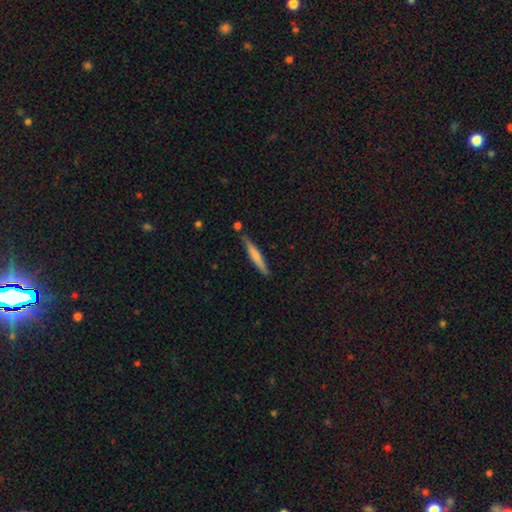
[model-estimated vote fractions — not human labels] A smooth galaxy with no disk features (57%) that is cigar-shaped (94%). Merging: none (81%).